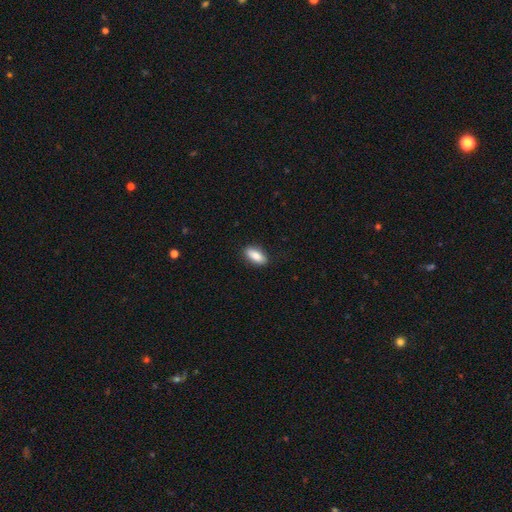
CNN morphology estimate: smooth-or-featured: smooth: 86% | featured or disk: 8% | star or artifact: 6%
  how-rounded: in between: 86% | cigar-shaped: 11% | round: 3%
  merging: none: 87% | minor disturbance: 10% | major disturbance: 2% | merger: 1%